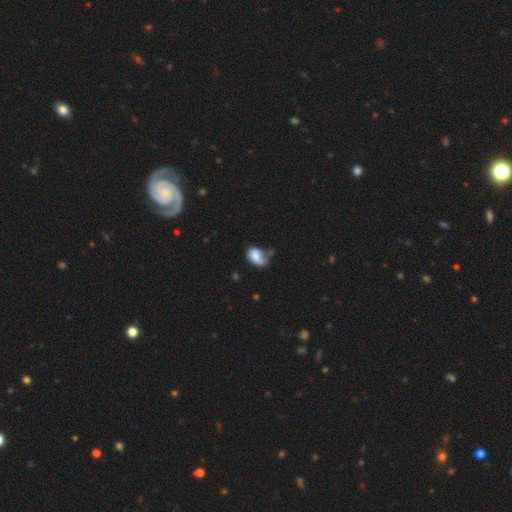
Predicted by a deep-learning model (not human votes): Smooth or featured: smooth — 76% (featured or disk — 15%)
How rounded: in between — 83% (round — 15%)
Merging: minor disturbance — 38% (none — 36%)